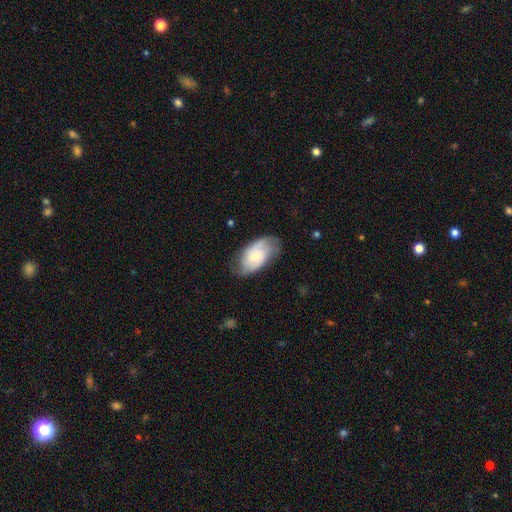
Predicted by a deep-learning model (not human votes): Q: Smooth or featured?
A: featured or disk (61%); runner-up: smooth (33%)
Q: Edge-on disk?
A: no (95%); runner-up: yes (5%)
Q: Bar?
A: no (69%); runner-up: weak (27%)
Q: Spiral arms?
A: yes (89%); runner-up: no (11%)
Q: Spiral winding?
A: medium (43%); runner-up: tight (39%)
Q: Spiral arm count?
A: 2 (67%); runner-up: can't tell (19%)
Q: Bulge size?
A: small (53%); runner-up: moderate (38%)
Q: Merging?
A: none (70%); runner-up: minor disturbance (22%)